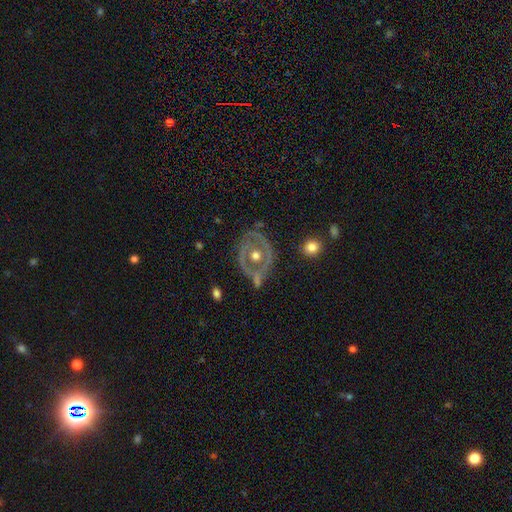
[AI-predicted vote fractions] smooth_or_featured: featured or disk (p=0.71) [alt: smooth p=0.22]
disk_edge_on: no (p=0.95) [alt: yes p=0.05]
bar: no (p=0.82) [alt: weak p=0.13]
has_spiral_arms: no (p=0.69) [alt: yes p=0.31]
bulge_size: moderate (p=0.77) [alt: small p=0.11]
merging: none (p=0.63) [alt: minor disturbance p=0.21]